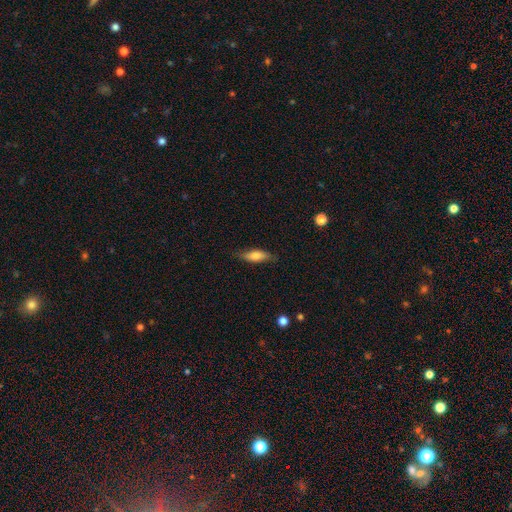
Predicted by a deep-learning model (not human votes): Smooth or featured: smooth — 70% (featured or disk — 23%)
How rounded: in between — 56% (cigar-shaped — 42%)
Merging: none — 78% (minor disturbance — 17%)